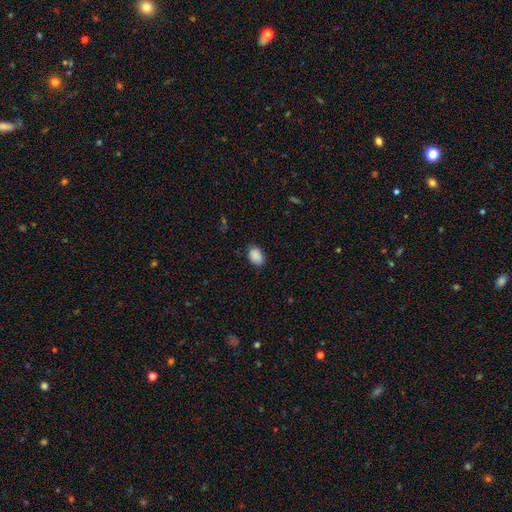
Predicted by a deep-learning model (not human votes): This is clearly a smooth galaxy (89%). How rounded: clearly in between (84%). Merging: clearly none (81%).